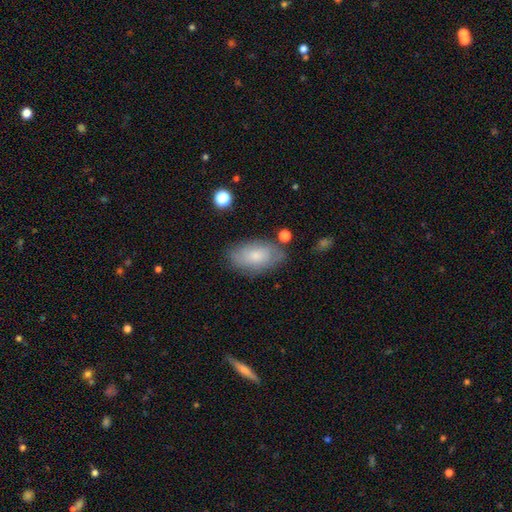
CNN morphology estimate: Q: Smooth or featured?
A: smooth (65%); runner-up: featured or disk (28%)
Q: How rounded?
A: in between (93%); runner-up: round (4%)
Q: Merging?
A: none (72%); runner-up: minor disturbance (19%)